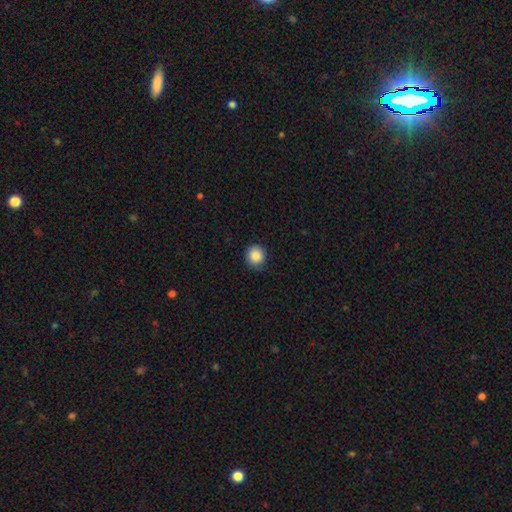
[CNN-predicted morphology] smooth_or_featured: smooth (p=0.87) [alt: star or artifact p=0.09]
how_rounded: round (p=0.90) [alt: in between p=0.09]
merging: none (p=0.87) [alt: minor disturbance p=0.10]